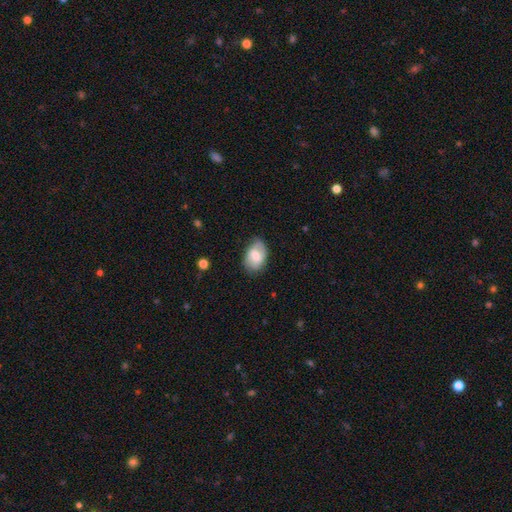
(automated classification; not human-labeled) A smooth galaxy with no disk features (65%) that is in between round and cigar-shaped (87%). Merging: none (69%).